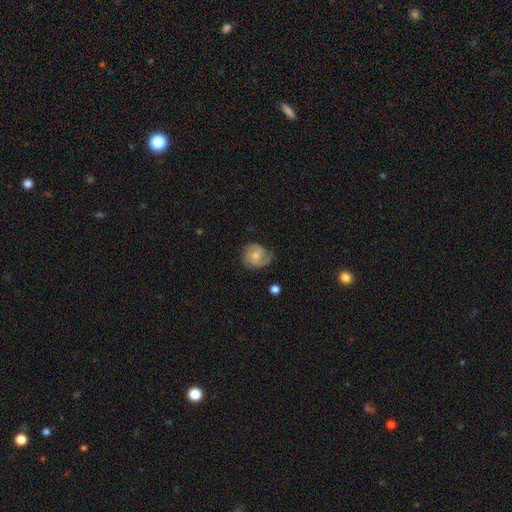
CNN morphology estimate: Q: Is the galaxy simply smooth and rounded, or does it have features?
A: featured or disk — 50%.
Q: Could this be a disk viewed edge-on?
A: no — 97%.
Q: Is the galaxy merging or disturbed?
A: none — 62%.